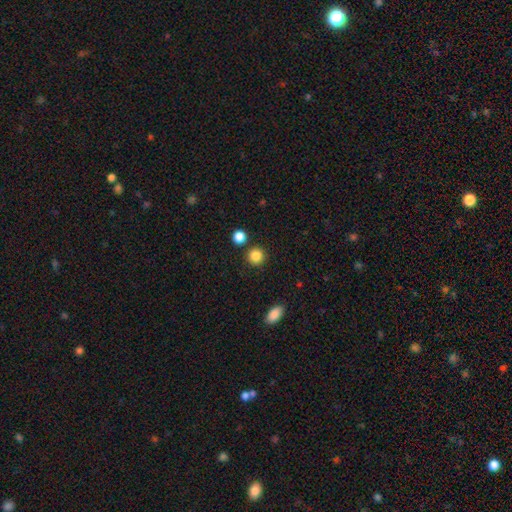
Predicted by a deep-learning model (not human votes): smooth_or_featured: smooth (p=0.85) [alt: star or artifact p=0.11]
how_rounded: round (p=0.92) [alt: in between p=0.07]
merging: none (p=0.87) [alt: minor disturbance p=0.06]